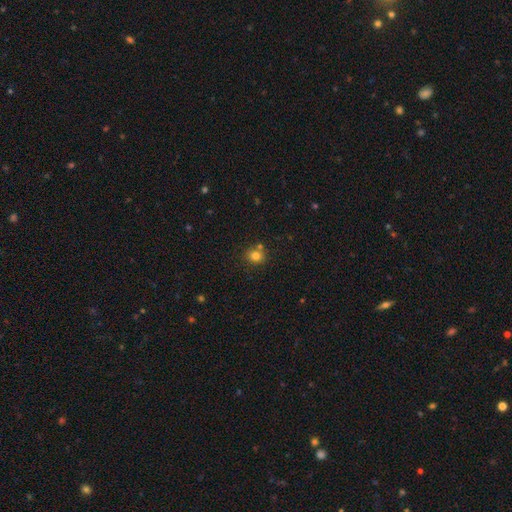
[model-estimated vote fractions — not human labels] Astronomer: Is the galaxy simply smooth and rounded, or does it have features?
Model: smooth — 79%.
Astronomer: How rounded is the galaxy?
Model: round — 69%.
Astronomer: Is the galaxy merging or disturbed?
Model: none — 69%.